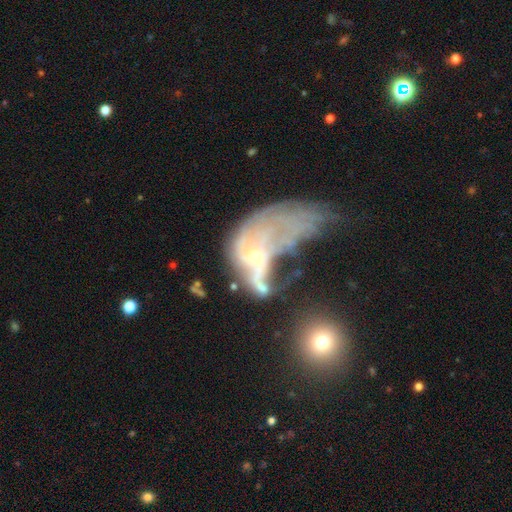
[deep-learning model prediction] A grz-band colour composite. It shows a featured or disk galaxy (65%) with no bar (77%), no spiral arms (57%) and a small central bulge (61%). Merging: major disturbance (47%).